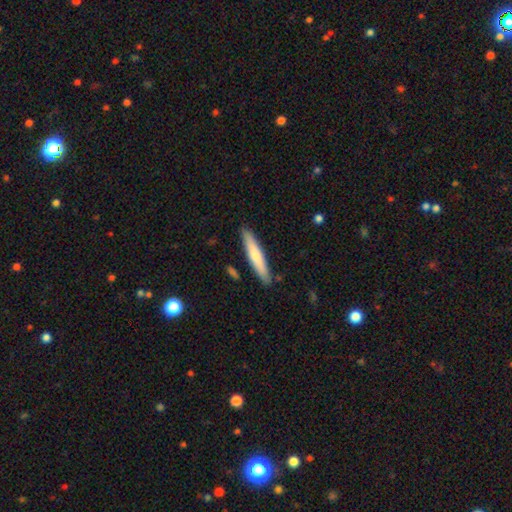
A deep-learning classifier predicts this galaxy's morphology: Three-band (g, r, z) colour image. It shows a smooth galaxy with no disk features (64%) that is cigar-shaped (90%). Merging: none (88%).